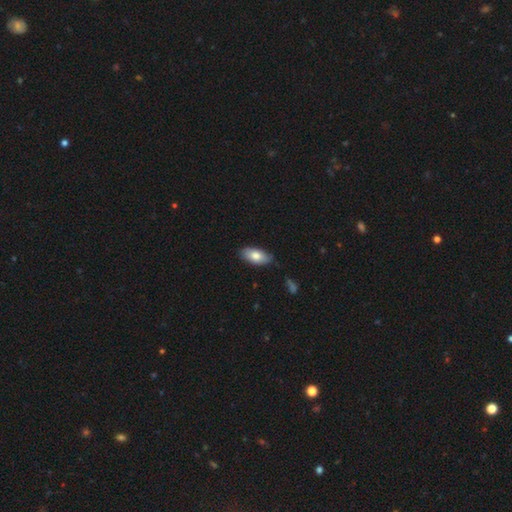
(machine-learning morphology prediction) type=smooth (78%); roundness=in between (90%); merging=none (81%).